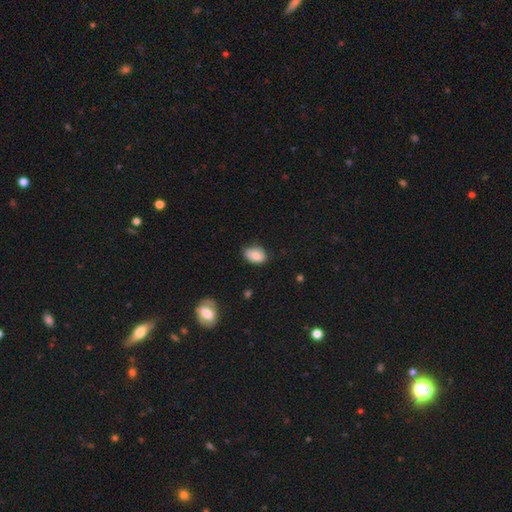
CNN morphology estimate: Smooth or featured: smooth — 80% (featured or disk — 12%)
How rounded: in between — 80% (round — 19%)
Merging: none — 65% (minor disturbance — 29%)